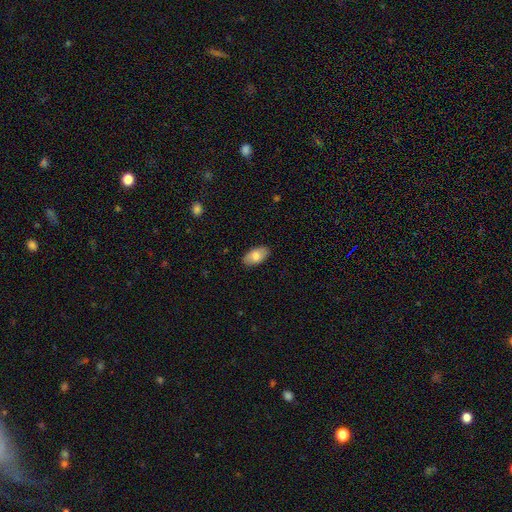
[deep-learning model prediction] This is clearly a smooth galaxy (80%). How rounded: clearly in between (94%). Merging: clearly none (87%).